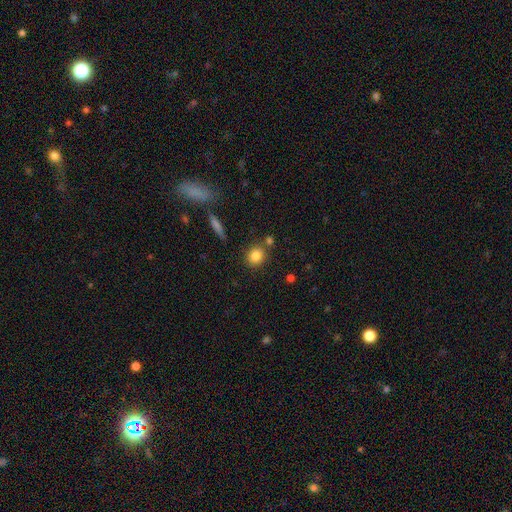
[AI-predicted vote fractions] smooth 83%, star or artifact 10%, featured or disk 7%. Down the decision tree: how rounded — round (71%); merging — none (78%).